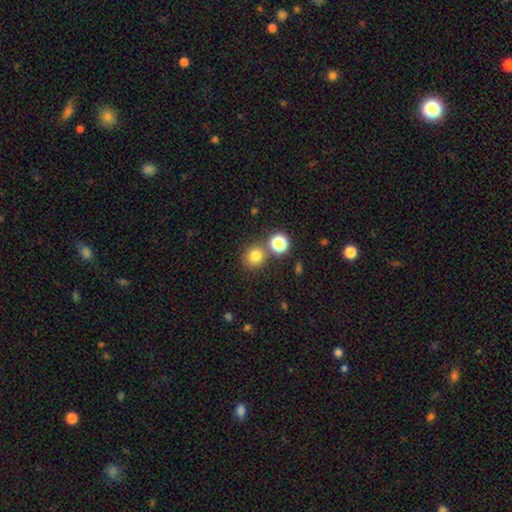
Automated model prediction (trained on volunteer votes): A smooth galaxy with no disk features (79%) that is round (87%). Merging: none (72%).